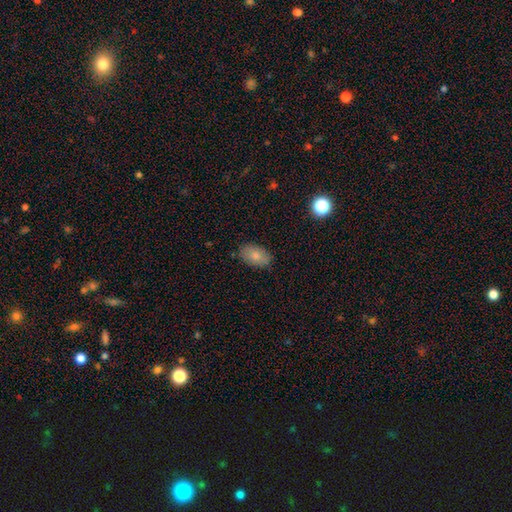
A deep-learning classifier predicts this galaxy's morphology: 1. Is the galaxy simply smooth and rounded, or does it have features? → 81% smooth, 11% featured or disk, 8% star or artifact.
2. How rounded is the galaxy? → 90% in between, 8% round, 1% cigar-shaped.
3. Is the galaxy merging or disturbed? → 84% none, 12% minor disturbance, 3% major disturbance, 1% merger.